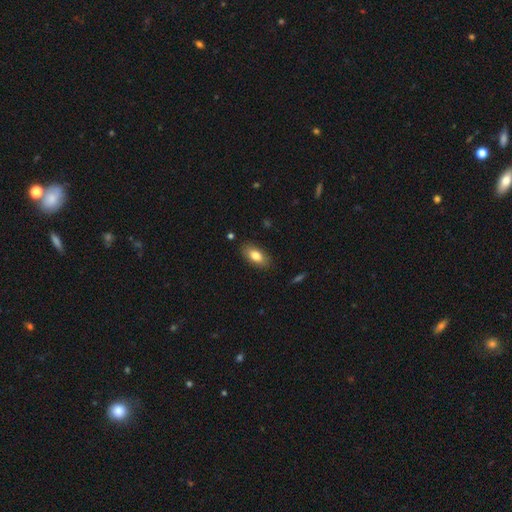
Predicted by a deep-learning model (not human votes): smooth 80%, featured or disk 12%, star or artifact 7%. Down the decision tree: how rounded — in between (90%); merging — none (86%).